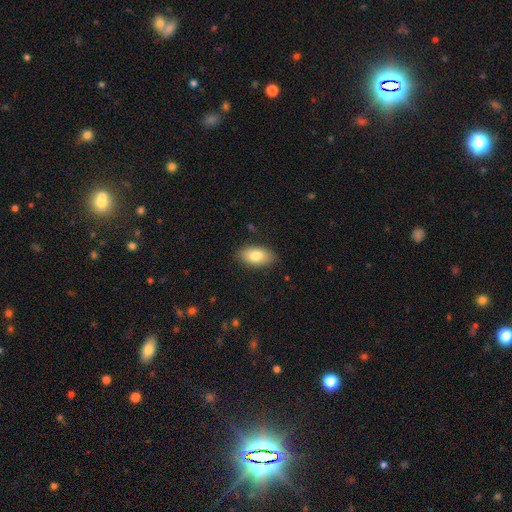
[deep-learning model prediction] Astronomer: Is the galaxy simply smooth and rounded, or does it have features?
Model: smooth — 80%.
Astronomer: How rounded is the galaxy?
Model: in between — 93%.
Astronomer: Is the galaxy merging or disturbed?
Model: none — 86%.